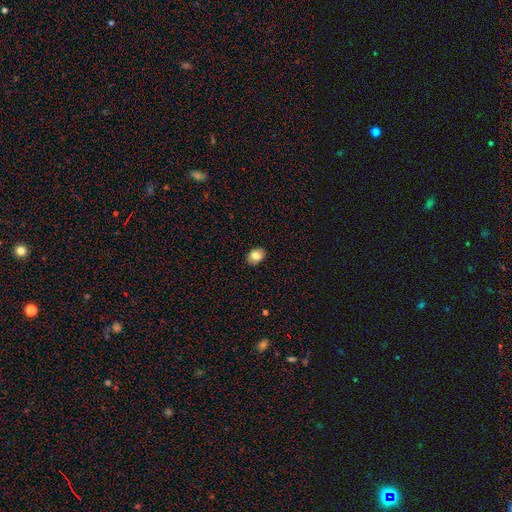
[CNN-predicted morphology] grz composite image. It shows a smooth galaxy with no disk features (81%) that is in between round and cigar-shaped (66%). Merging: none (90%).